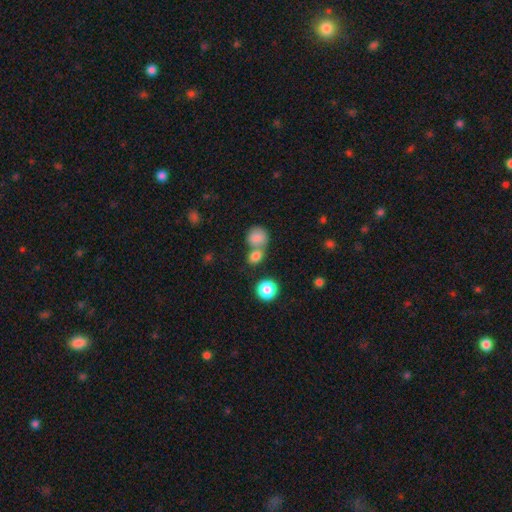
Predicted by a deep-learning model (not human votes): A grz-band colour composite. It shows a smooth galaxy with no disk features (81%) that is round (64%). Merging: merger (49%).